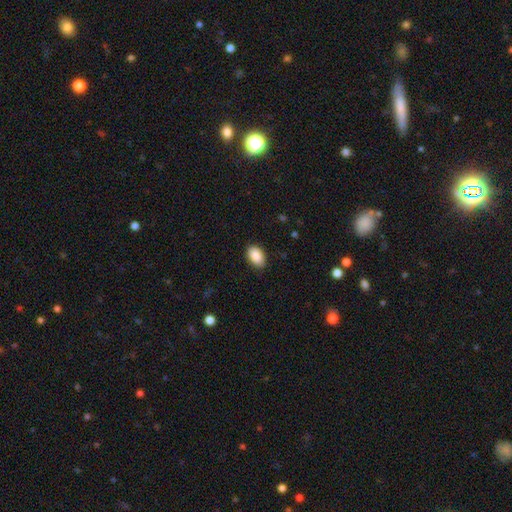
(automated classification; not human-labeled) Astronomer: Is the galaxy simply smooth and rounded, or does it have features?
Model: smooth — 89%.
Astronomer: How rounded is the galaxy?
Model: in between — 91%.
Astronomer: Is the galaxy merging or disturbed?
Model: none — 87%.